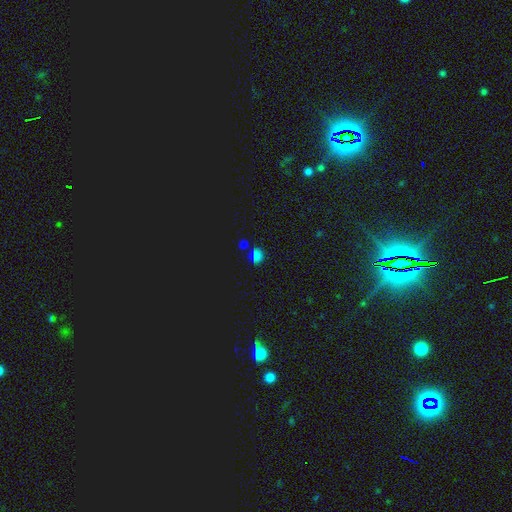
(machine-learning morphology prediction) A smooth galaxy with no disk features (50%) that is in between round and cigar-shaped (63%). Merging: none (71%).